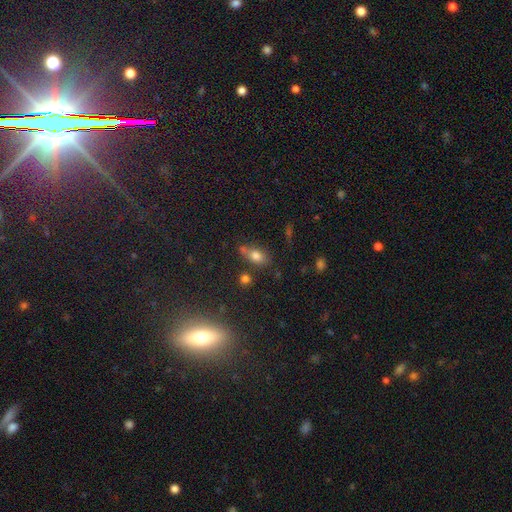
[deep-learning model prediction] smooth-or-featured: smooth: 77% | star or artifact: 12% | featured or disk: 11%
  how-rounded: in between: 78% | round: 17% | cigar-shaped: 5%
  merging: none: 56% | merger: 20% | minor disturbance: 18% | major disturbance: 6%